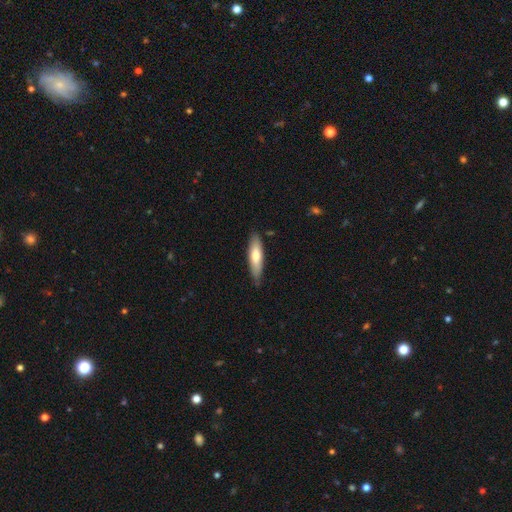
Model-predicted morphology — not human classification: Smooth or featured: smooth — 67% (featured or disk — 27%)
How rounded: cigar-shaped — 64% (in between — 35%)
Merging: none — 81% (minor disturbance — 15%)